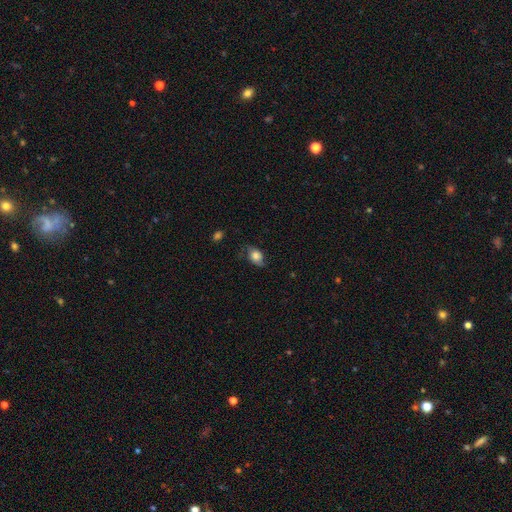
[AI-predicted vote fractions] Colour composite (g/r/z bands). It shows a smooth galaxy with no disk features (67%) that is in between round and cigar-shaped (75%). Merging: none (58%).